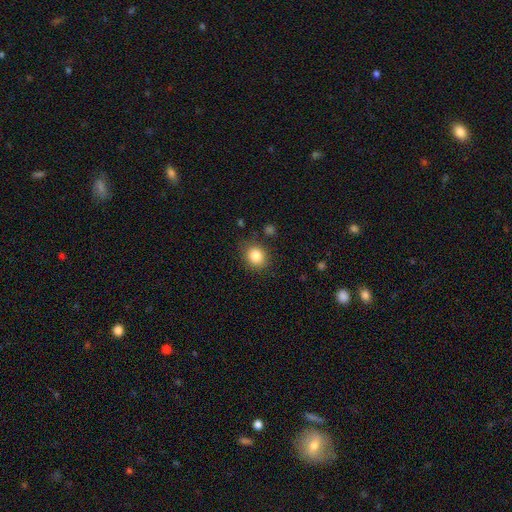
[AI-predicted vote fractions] Q: Smooth or featured?
A: smooth (84%); runner-up: star or artifact (10%)
Q: How rounded?
A: round (69%); runner-up: in between (30%)
Q: Merging?
A: none (83%); runner-up: minor disturbance (11%)